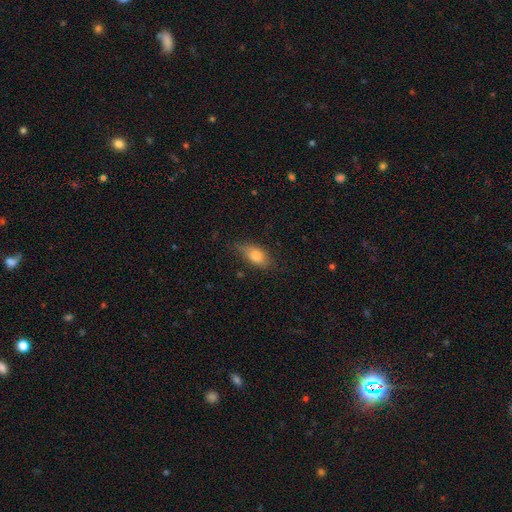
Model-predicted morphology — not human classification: This is likely a smooth galaxy (78%). How rounded: clearly in between (85%). Merging: possibly none (59%).